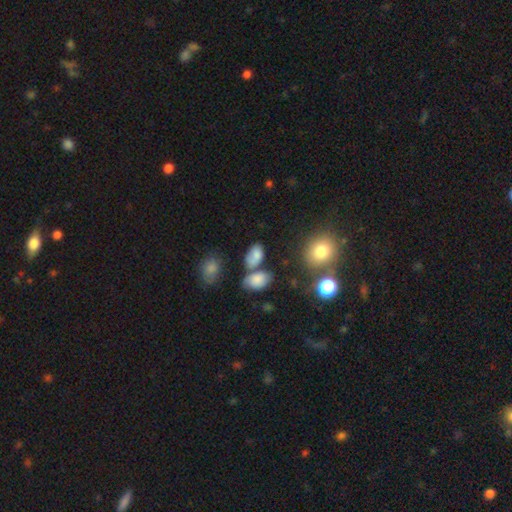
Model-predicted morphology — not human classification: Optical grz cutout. It shows a smooth galaxy with no disk features (75%) that is in between round and cigar-shaped (86%). Merging: none (52%).